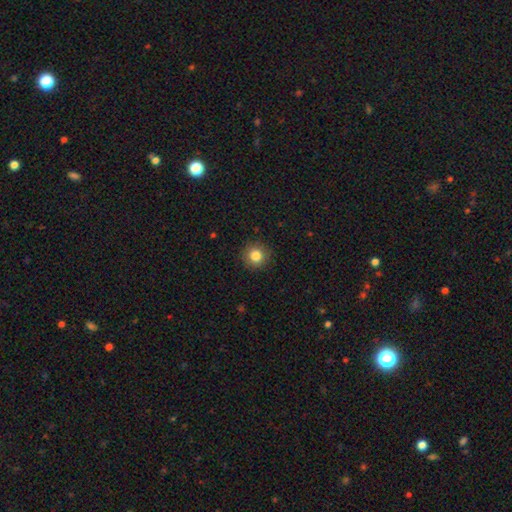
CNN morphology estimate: Smooth or featured? Predicted: smooth (p=0.84). How rounded? Predicted: round (p=0.94). Merging? Predicted: none (p=0.91).